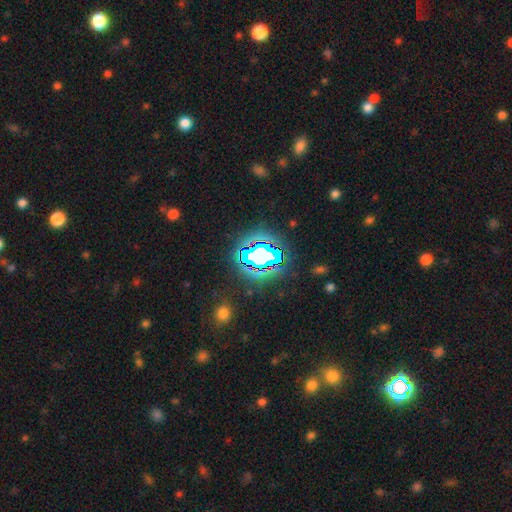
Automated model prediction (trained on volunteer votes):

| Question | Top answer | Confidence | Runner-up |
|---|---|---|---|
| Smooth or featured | star or artifact | 67% | smooth (18%) |